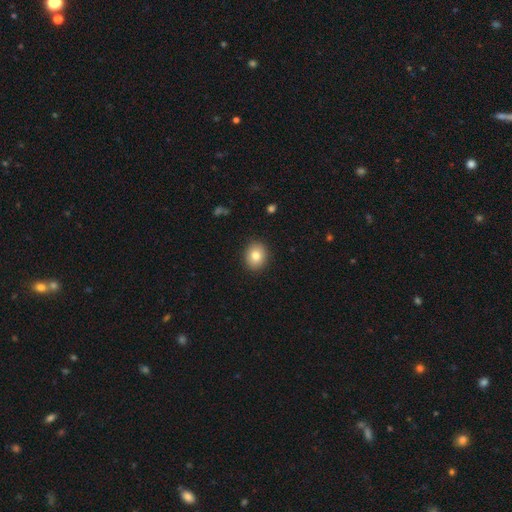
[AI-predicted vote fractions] smooth 81%, featured or disk 10%, star or artifact 9%. Down the decision tree: how rounded — round (63%); merging — none (91%).